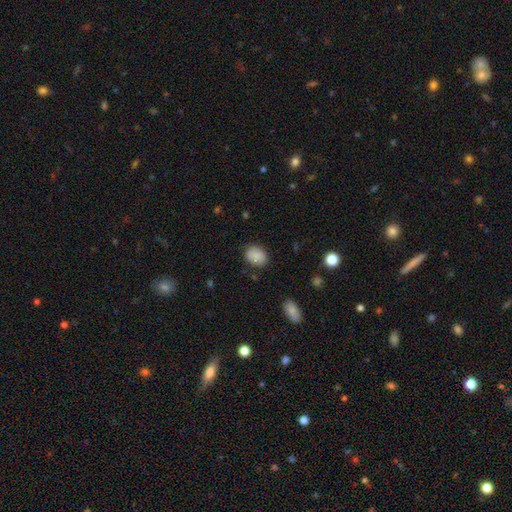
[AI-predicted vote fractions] smooth_or_featured: smooth (p=0.87) [alt: star or artifact p=0.08]
how_rounded: in between (p=0.63) [alt: round p=0.36]
merging: none (p=0.83) [alt: minor disturbance p=0.12]